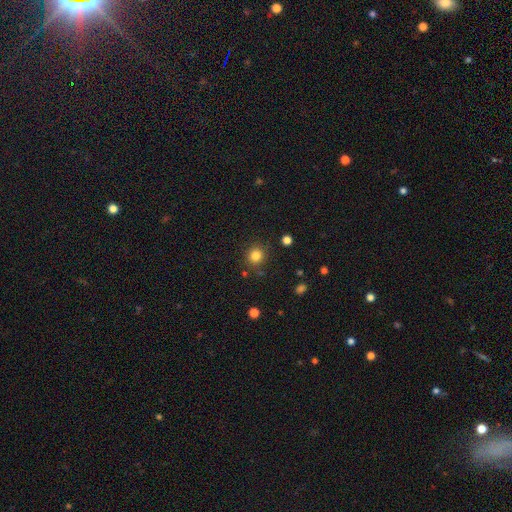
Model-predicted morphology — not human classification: Q: Smooth or featured?
A: smooth (82%); runner-up: star or artifact (12%)
Q: How rounded?
A: round (90%); runner-up: in between (9%)
Q: Merging?
A: none (86%); runner-up: minor disturbance (8%)